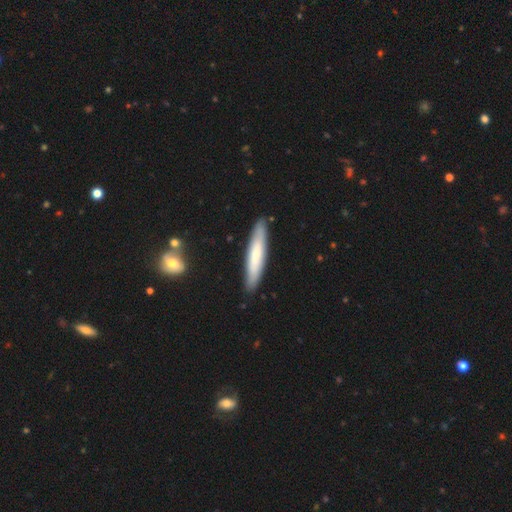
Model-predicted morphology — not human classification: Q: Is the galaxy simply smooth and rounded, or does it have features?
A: smooth — 64%.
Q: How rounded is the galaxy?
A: cigar-shaped — 89%.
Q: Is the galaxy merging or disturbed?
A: none — 88%.